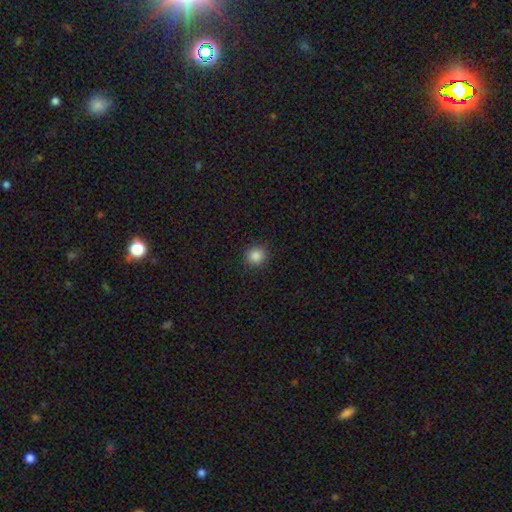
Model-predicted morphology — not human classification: Smooth or featured?
  - smooth: 86% *
  - star or artifact: 11%
  - featured or disk: 3%
How rounded?
  - round: 91% *
  - in between: 8%
  - cigar-shaped: 1%
Merging?
  - none: 90% *
  - minor disturbance: 6%
  - major disturbance: 2%
  - merger: 1%